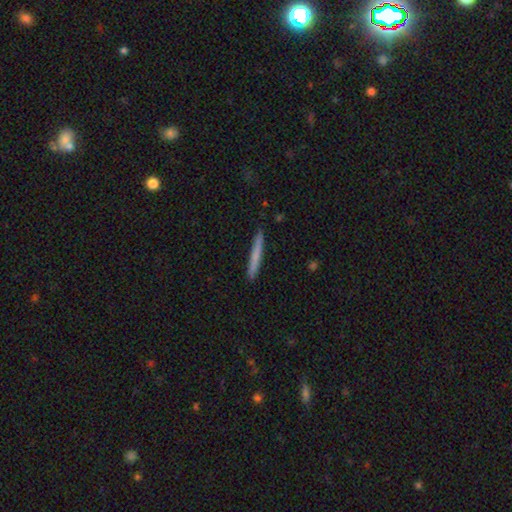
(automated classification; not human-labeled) Morphology: type=smooth (68%); roundness=cigar-shaped (97%); merging=none (90%).